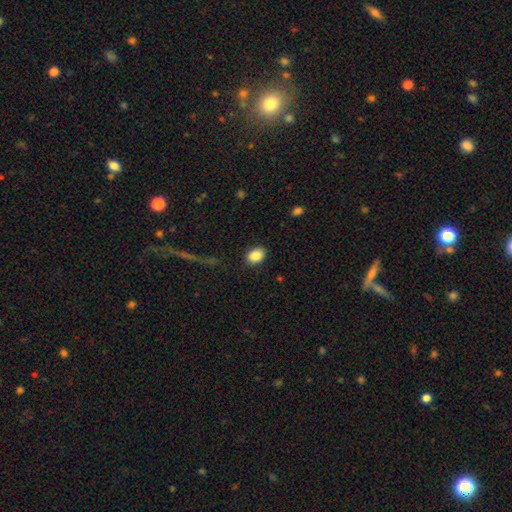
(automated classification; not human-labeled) A smooth galaxy with no disk features (85%) that is in between round and cigar-shaped (72%).

Vote fractions:
- Smooth or featured? smooth: 85% / star or artifact: 8% / featured or disk: 7%
- How rounded? in between: 72% / round: 27% / cigar-shaped: 1%
- Merging? none: 88% / minor disturbance: 9% / major disturbance: 2% / merger: 1%